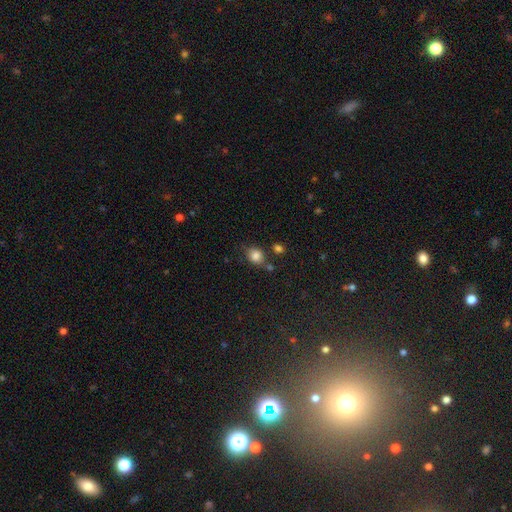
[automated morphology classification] type=smooth (83%); roundness=round (59%); merging=none (65%).